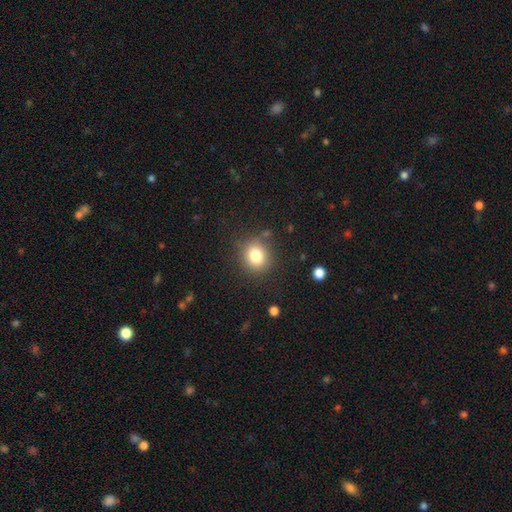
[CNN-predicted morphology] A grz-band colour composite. It shows a smooth galaxy with no disk features (80%) that is round (79%). Merging: none (84%).